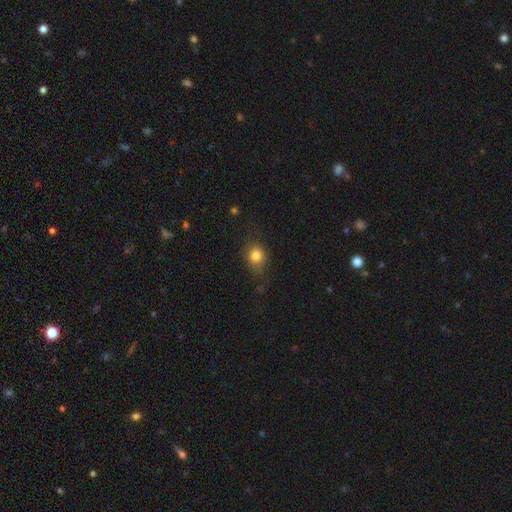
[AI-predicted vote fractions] The model was most divided on "how rounded": round: 58%, in between: 41%, cigar-shaped: 1%. More confident: smooth or featured — smooth (81%); merging — none (72%).